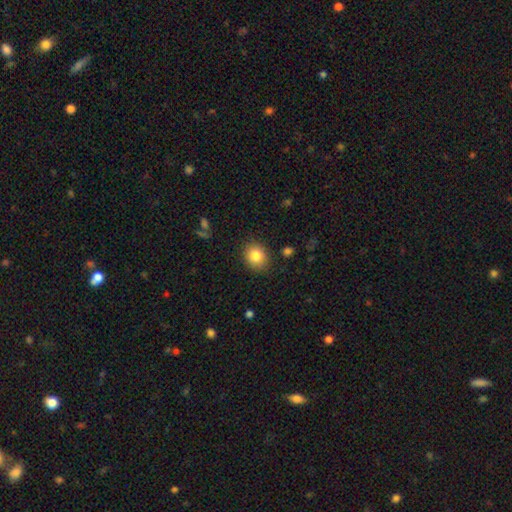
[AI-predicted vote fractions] Q: Smooth or featured?
A: smooth (83%); runner-up: star or artifact (9%)
Q: How rounded?
A: round (65%); runner-up: in between (34%)
Q: Merging?
A: none (87%); runner-up: minor disturbance (9%)